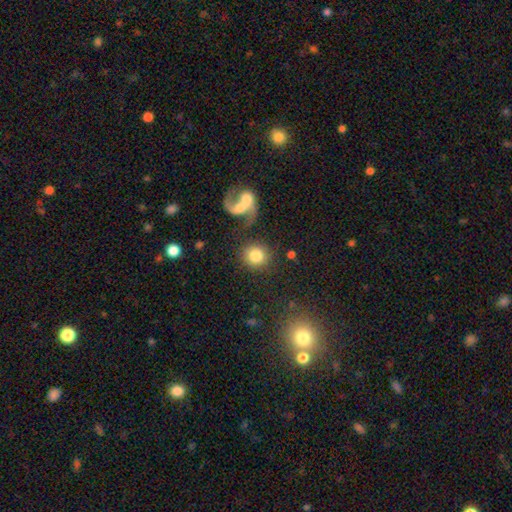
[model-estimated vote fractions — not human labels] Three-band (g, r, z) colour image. It shows a smooth galaxy with no disk features (79%) that is round (88%). Merging: none (74%).